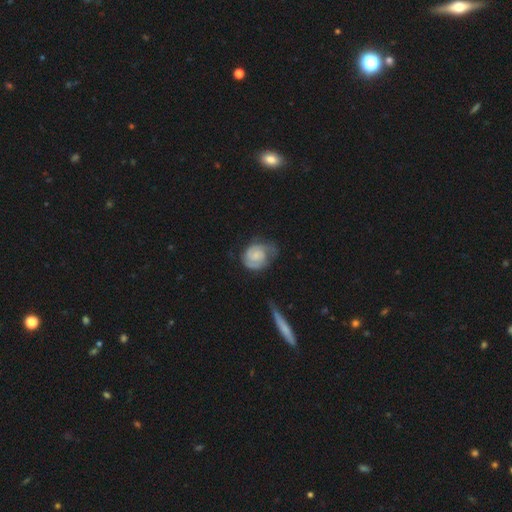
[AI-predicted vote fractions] featured or disk 67%, smooth 27%, star or artifact 6%. Down the decision tree: edge-on disk — no (98%); bar — no (64%); spiral arms — yes (91%); spiral arm count — 2 (61%); spiral winding — tight (57%); bulge size — small (46%); merging — none (54%).